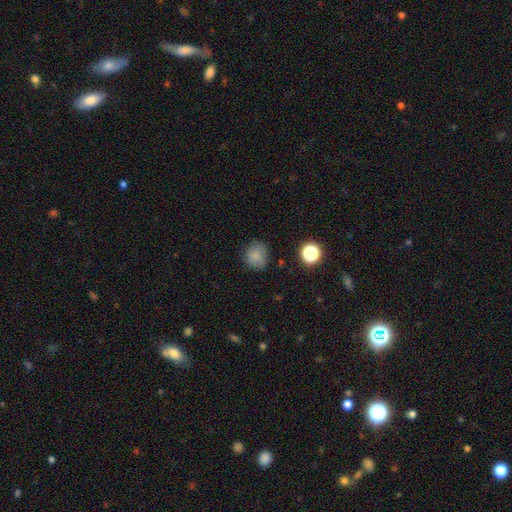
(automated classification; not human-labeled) Q: Smooth or featured?
A: smooth (80%); runner-up: star or artifact (13%)
Q: How rounded?
A: round (76%); runner-up: in between (23%)
Q: Merging?
A: none (70%); runner-up: minor disturbance (22%)